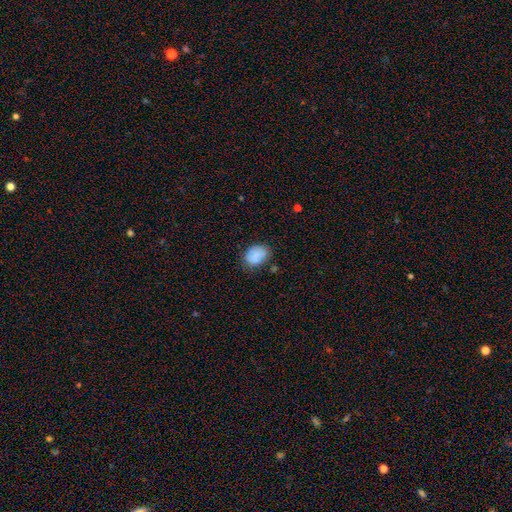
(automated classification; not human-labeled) smooth_or_featured: smooth (p=0.85) [alt: star or artifact p=0.08]
how_rounded: in between (p=0.73) [alt: round p=0.26]
merging: none (p=0.74) [alt: minor disturbance p=0.19]